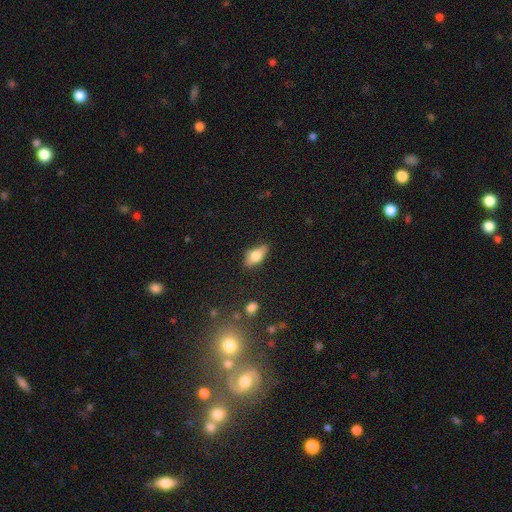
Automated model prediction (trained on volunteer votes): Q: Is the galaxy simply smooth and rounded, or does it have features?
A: smooth — 58%.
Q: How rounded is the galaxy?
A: in between — 78%.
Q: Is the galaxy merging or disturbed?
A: none — 79%.